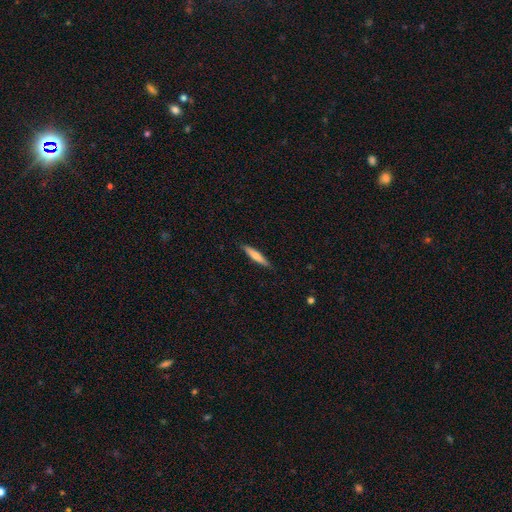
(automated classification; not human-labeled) smooth-or-featured: smooth: 64% | featured or disk: 30% | star or artifact: 5%
  how-rounded: cigar-shaped: 90% | in between: 9% | round: 1%
  merging: none: 88% | minor disturbance: 9% | major disturbance: 2% | merger: 1%